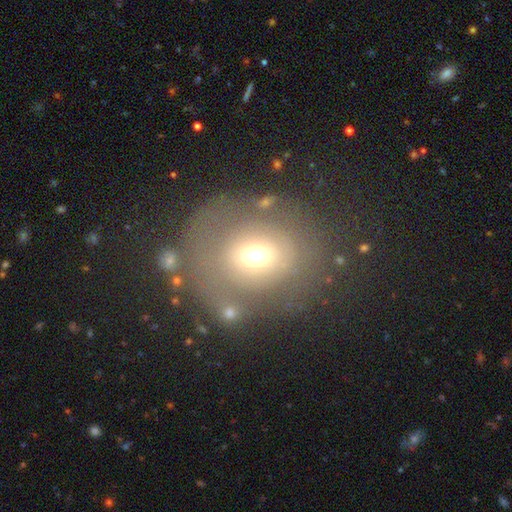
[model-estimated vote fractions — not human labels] Smooth or featured? Predicted: smooth (p=0.57). How rounded? Predicted: round (p=0.70). Merging? Predicted: none (p=0.58).